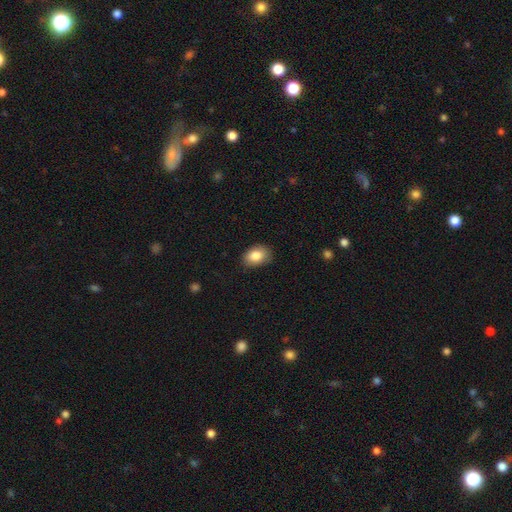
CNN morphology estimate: Overall: smooth (86%). How rounded: in between (83%). Merging: none (82%).